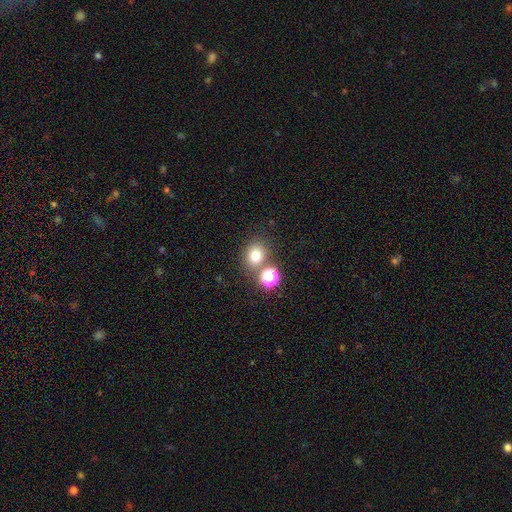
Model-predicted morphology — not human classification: smooth_or_featured: smooth (p=0.75) [alt: star or artifact p=0.18]
how_rounded: round (p=0.71) [alt: in between p=0.28]
merging: none (p=0.70) [alt: merger p=0.17]